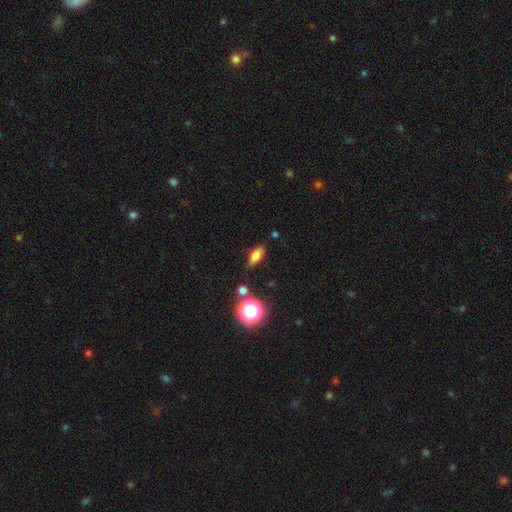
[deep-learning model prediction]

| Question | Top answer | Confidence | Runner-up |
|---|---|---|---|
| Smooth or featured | smooth | 62% | featured or disk (24%) |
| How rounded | in between | 64% | cigar-shaped (26%) |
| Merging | none | 78% | minor disturbance (14%) |